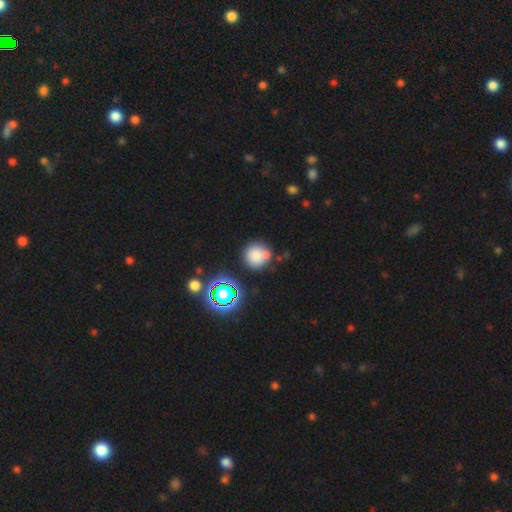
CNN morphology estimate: Smooth or featured: smooth — 75% (star or artifact — 16%)
How rounded: round — 91% (in between — 7%)
Merging: none — 63% (merger — 16%)